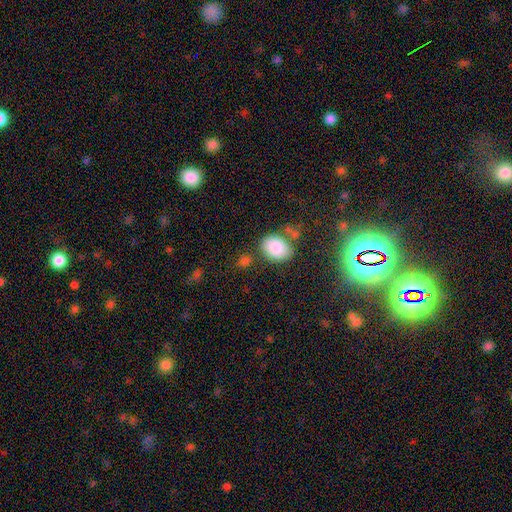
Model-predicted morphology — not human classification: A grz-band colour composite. It shows a star or artifact, not a galaxy (70%).